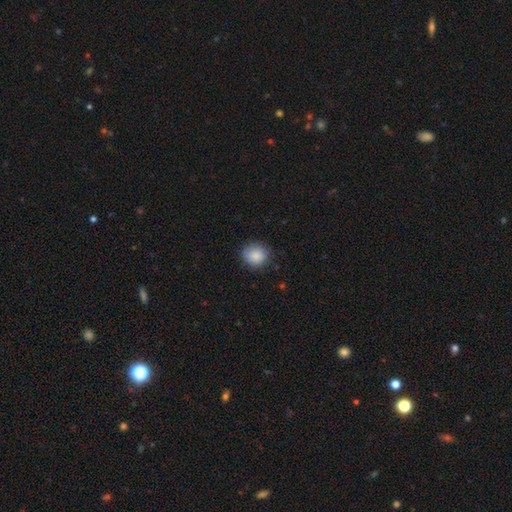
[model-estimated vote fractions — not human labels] Smooth or featured? smooth (88%)
How rounded? round (85%)
Merging? none (84%)